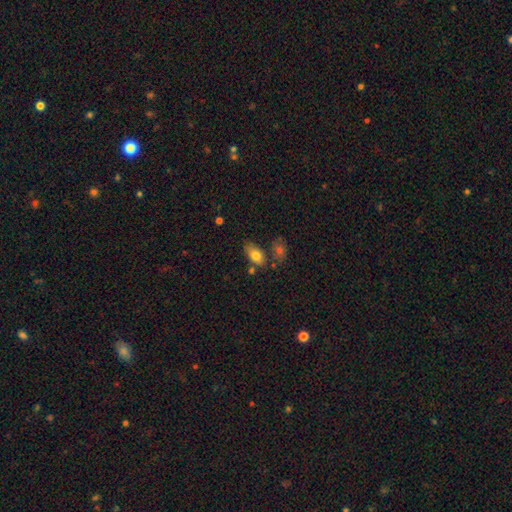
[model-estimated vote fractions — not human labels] A smooth galaxy with no disk features (79%) that is in between round and cigar-shaped (90%).

Vote fractions:
- Smooth or featured? smooth: 79% / featured or disk: 13% / star or artifact: 8%
- How rounded? in between: 90% / round: 6% / cigar-shaped: 4%
- Merging? none: 63% / minor disturbance: 18% / merger: 15% / major disturbance: 5%